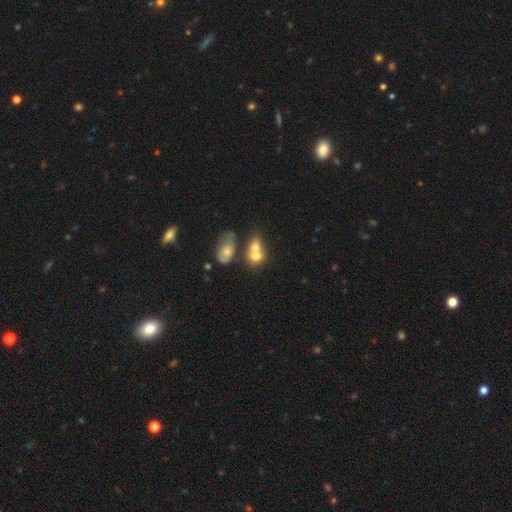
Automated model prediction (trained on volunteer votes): smooth-or-featured: smooth: 67% | featured or disk: 22% | star or artifact: 11%
  how-rounded: in between: 51% | round: 47% | cigar-shaped: 2%
  merging: merger: 65% | none: 21% | minor disturbance: 8% | major disturbance: 5%